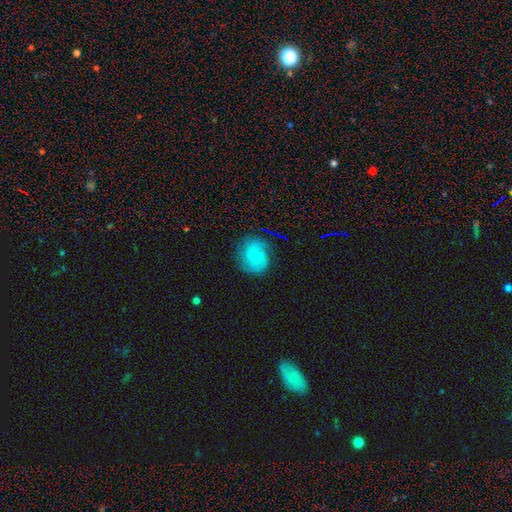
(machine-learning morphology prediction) This appears to be a featured or disk galaxy (55%) with no bar (76%), spiral arms (88%) and a small central bulge (64%). Merging: none (72%).